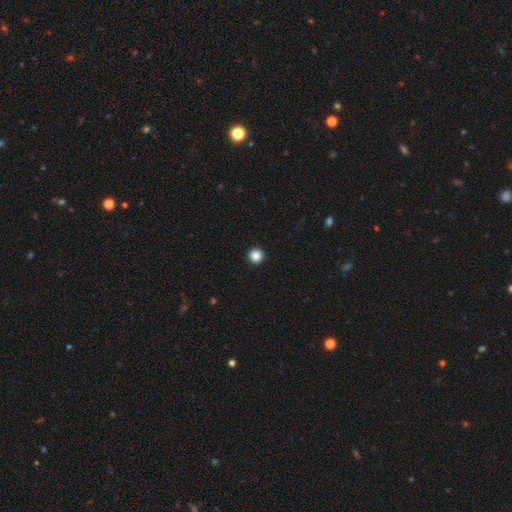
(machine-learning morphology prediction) type=smooth (87%); roundness=round (96%); merging=none (94%).